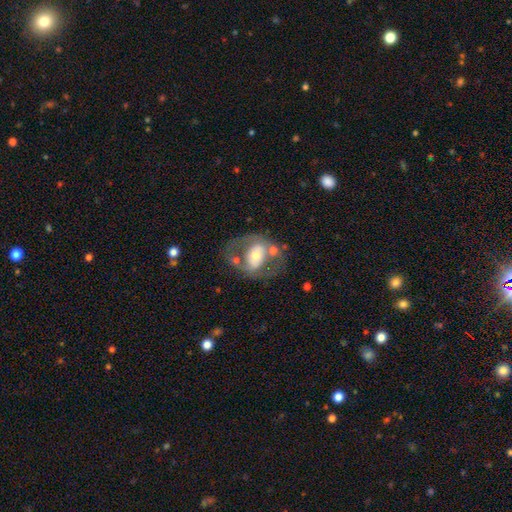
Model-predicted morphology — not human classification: featured or disk 59%, smooth 34%, star or artifact 7%. Down the decision tree: edge-on disk — no (94%); bar — no (59%); spiral arms — no (65%); bulge size — moderate (56%); merging — none (52%).